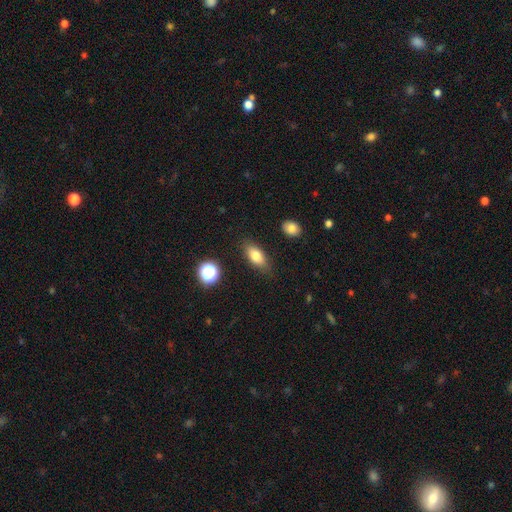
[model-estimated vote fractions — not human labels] Smooth or featured? Predicted: smooth (p=0.79). How rounded? Predicted: in between (p=0.82). Merging? Predicted: none (p=0.82).